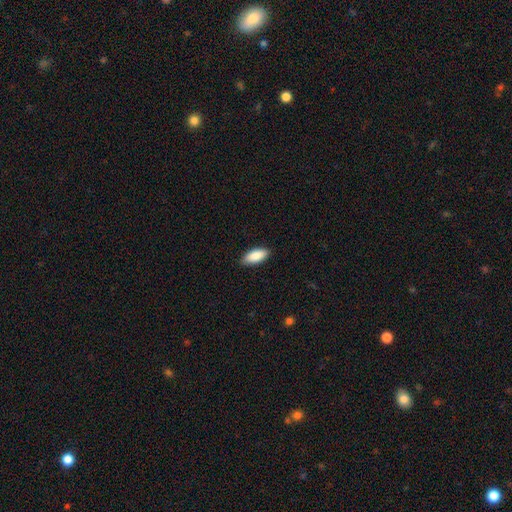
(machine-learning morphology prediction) A smooth galaxy with no disk features (88%) that is in between round and cigar-shaped (86%).

Vote fractions:
- Smooth or featured? smooth: 88% / featured or disk: 6% / star or artifact: 6%
- How rounded? in between: 86% / cigar-shaped: 12% / round: 2%
- Merging? none: 88% / minor disturbance: 9% / major disturbance: 2% / merger: 1%